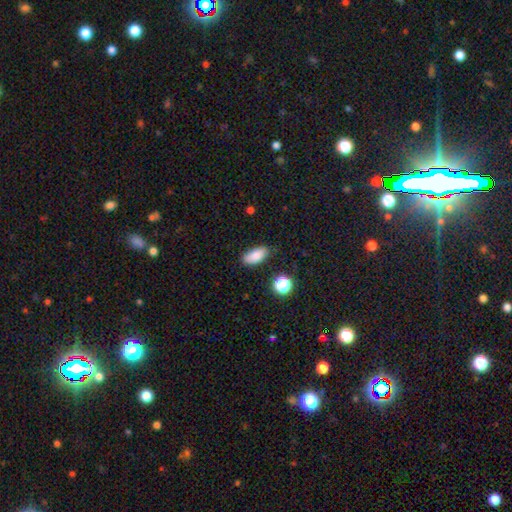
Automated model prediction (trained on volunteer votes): A smooth galaxy with no disk features (83%) that is in between round and cigar-shaped (88%).

Vote fractions:
- Smooth or featured? smooth: 83% / star or artifact: 9% / featured or disk: 8%
- How rounded? in between: 88% / cigar-shaped: 8% / round: 4%
- Merging? none: 79% / minor disturbance: 15% / major disturbance: 3% / merger: 2%